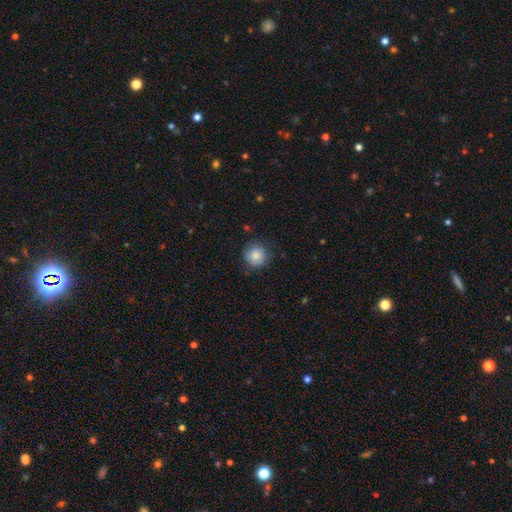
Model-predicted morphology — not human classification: type=smooth (86%); roundness=round (93%); merging=none (83%).